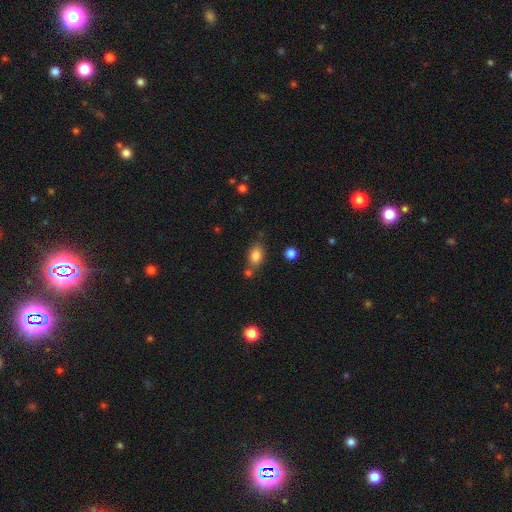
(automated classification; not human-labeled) This is clearly a smooth galaxy (82%). How rounded: clearly in between (82%). Merging: likely none (66%).